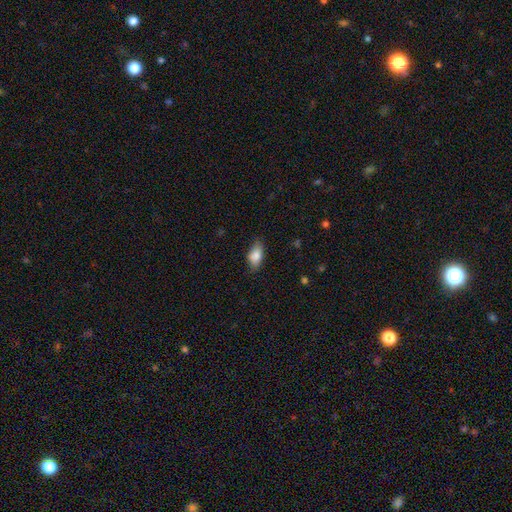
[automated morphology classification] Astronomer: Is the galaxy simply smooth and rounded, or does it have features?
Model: smooth — 84%.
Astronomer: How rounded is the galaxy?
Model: in between — 89%.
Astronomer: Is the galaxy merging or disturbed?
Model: none — 77%.